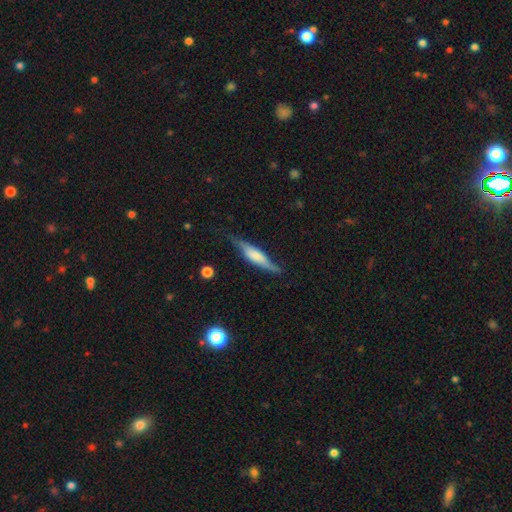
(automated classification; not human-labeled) A featured or disk galaxy (52%) viewed edge-on (86%).

Vote fractions:
- Smooth or featured? featured or disk: 52% / smooth: 42% / star or artifact: 6%
- Edge-on disk? yes: 86% / no: 14%
- Merging? none: 68% / minor disturbance: 23% / major disturbance: 6% / merger: 2%